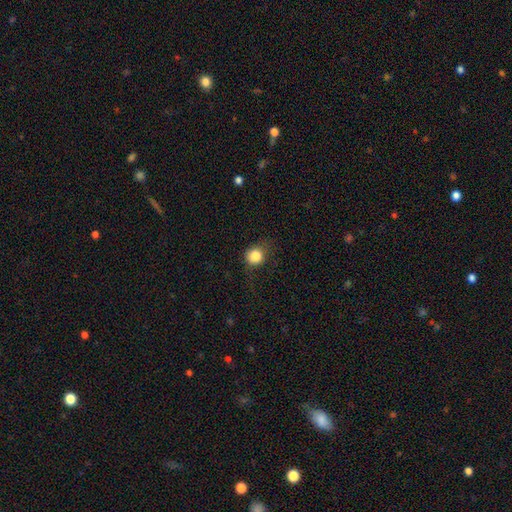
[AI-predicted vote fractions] A smooth galaxy with no disk features (83%) that is round (83%). Merging: none (67%).